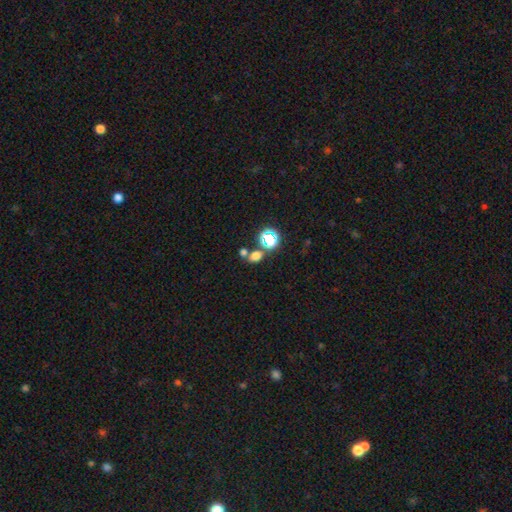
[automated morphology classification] Overall: smooth (61%; star or artifact 30%). How rounded: in between (49%, tied with round). Merging: none (55%; merger 30%).